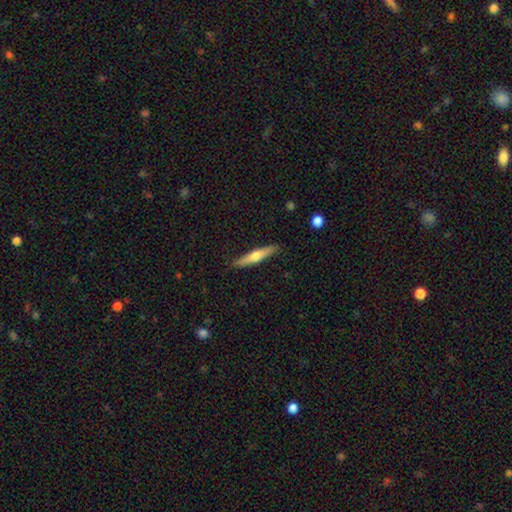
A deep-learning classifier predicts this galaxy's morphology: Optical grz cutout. It shows a featured or disk galaxy (49%). Merging: none (89%).